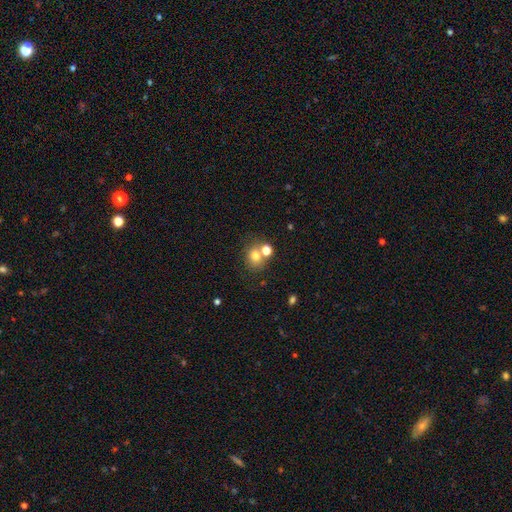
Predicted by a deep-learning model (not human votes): Smooth or featured?
  - smooth: 74% *
  - star or artifact: 14%
  - featured or disk: 12%
How rounded?
  - round: 72% *
  - in between: 27%
  - cigar-shaped: 1%
Merging?
  - none: 56% *
  - merger: 29%
  - minor disturbance: 10%
  - major disturbance: 4%